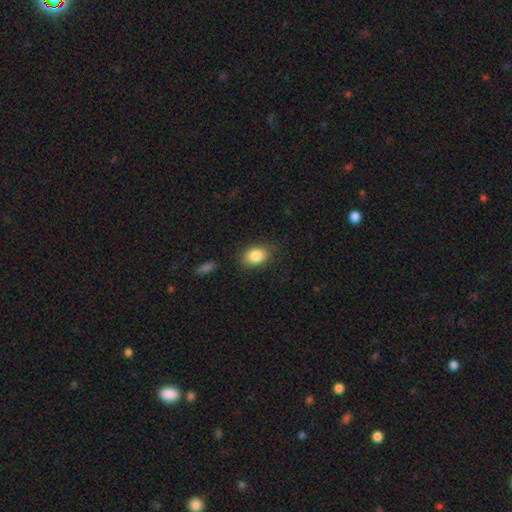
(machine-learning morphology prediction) smooth 86%, star or artifact 8%, featured or disk 6%. Down the decision tree: how rounded — in between (78%); merging — none (82%).